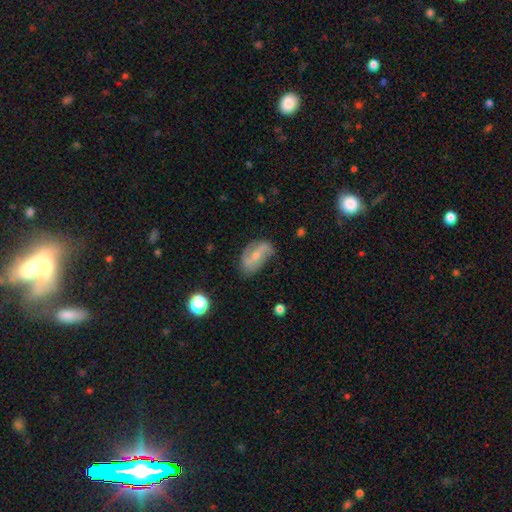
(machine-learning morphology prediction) A featured or disk galaxy (70%) with a strong bar (38%), 2 (84%) loose (54%) spiral arms (85%) and a small central bulge (54%). Merging: none (63%).